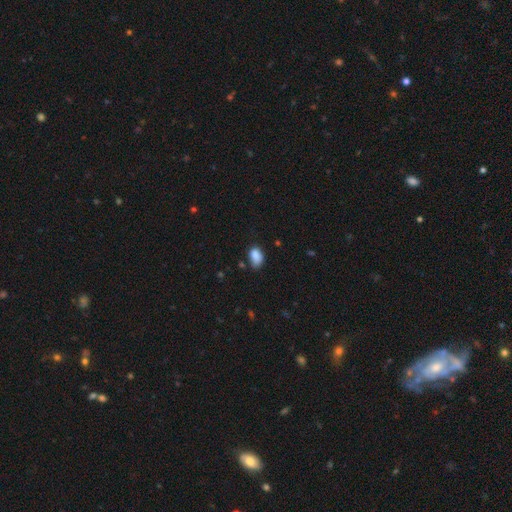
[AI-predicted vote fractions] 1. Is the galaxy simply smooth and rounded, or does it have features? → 85% smooth, 9% star or artifact, 5% featured or disk.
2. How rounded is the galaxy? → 86% in between, 12% round, 1% cigar-shaped.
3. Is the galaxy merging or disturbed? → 53% none, 34% minor disturbance, 8% major disturbance, 5% merger.